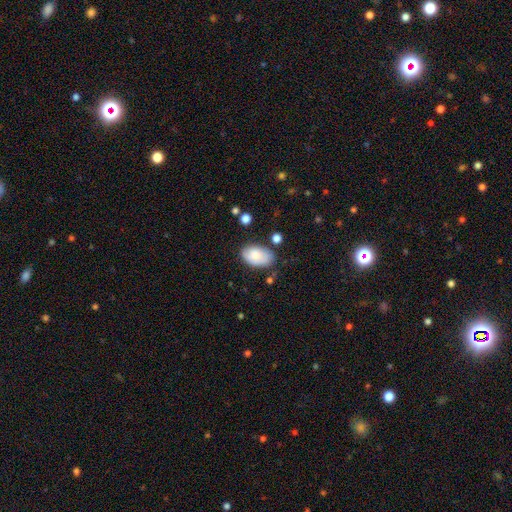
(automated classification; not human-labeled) Smooth or featured? Predicted: smooth (p=0.79). How rounded? Predicted: in between (p=0.93). Merging? Predicted: none (p=0.65).